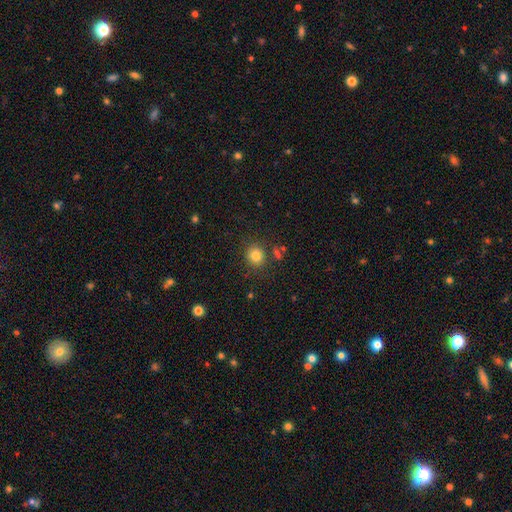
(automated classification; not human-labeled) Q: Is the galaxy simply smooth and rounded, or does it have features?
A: smooth — 81%.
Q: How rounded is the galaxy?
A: round — 84%.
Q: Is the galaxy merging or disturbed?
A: none — 82%.